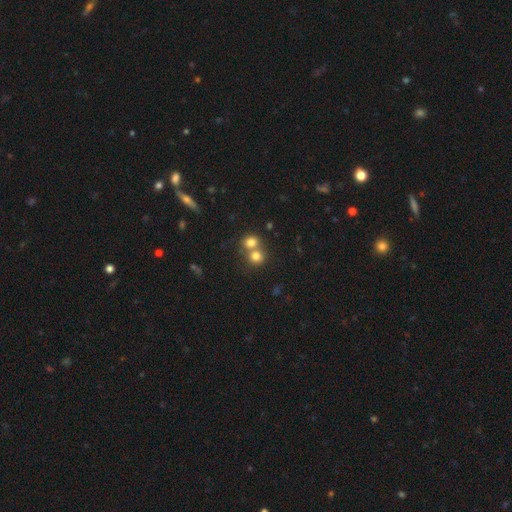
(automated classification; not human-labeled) Q: Smooth or featured?
A: smooth (77%); runner-up: star or artifact (12%)
Q: How rounded?
A: round (81%); runner-up: in between (18%)
Q: Merging?
A: merger (55%); runner-up: none (37%)